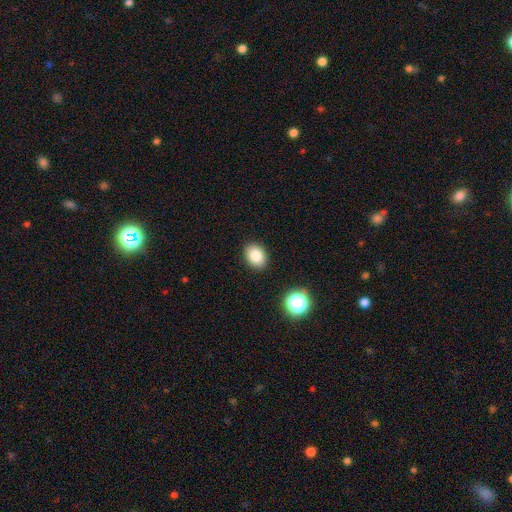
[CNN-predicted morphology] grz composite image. It shows a smooth galaxy with no disk features (84%) that is in between round and cigar-shaped (67%). Merging: none (89%).